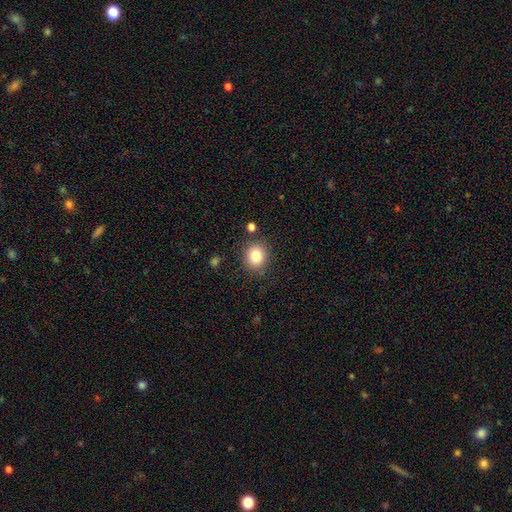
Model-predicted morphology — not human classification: A smooth galaxy with no disk features (82%) that is round (73%). Merging: none (83%).